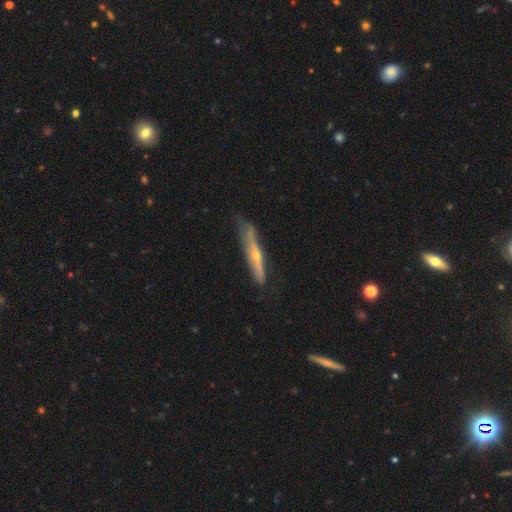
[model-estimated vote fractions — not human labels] Smooth or featured?
  - featured or disk: 67% *
  - smooth: 27%
  - star or artifact: 6%
Edge-on disk?
  - yes: 87% *
  - no: 13%
Edge-on bulge?
  - rounded: 84% *
  - none: 14%
  - boxy: 2%
Merging?
  - none: 67% *
  - minor disturbance: 26%
  - major disturbance: 5%
  - merger: 2%